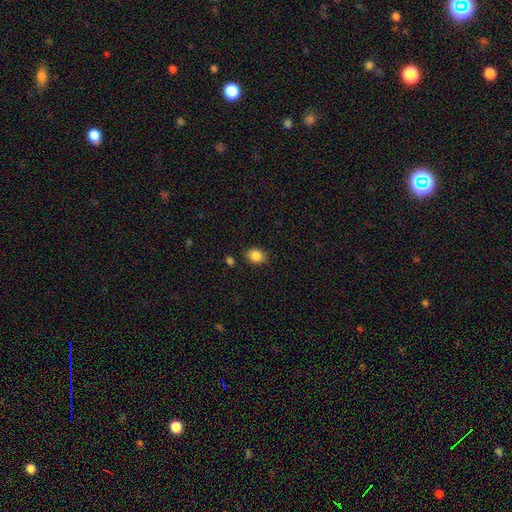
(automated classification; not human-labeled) Smooth or featured? smooth (86%)
How rounded? in between (53%)
Merging? none (82%)